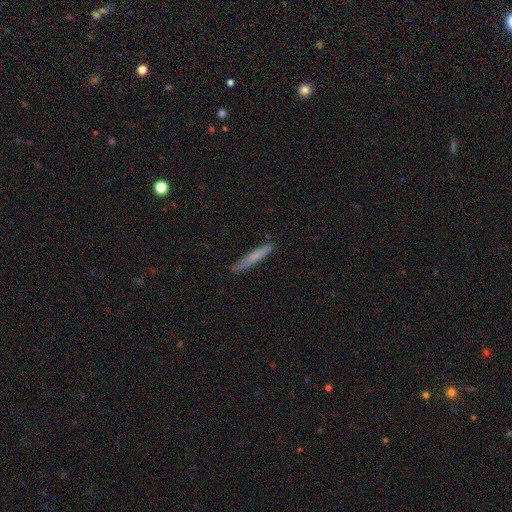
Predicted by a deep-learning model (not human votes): Morphology: type=smooth (72%); roundness=cigar-shaped (95%); merging=none (85%).